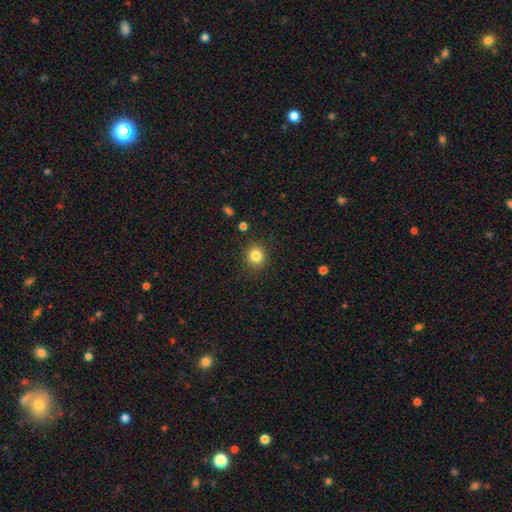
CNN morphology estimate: Smooth or featured?
  - smooth: 83% *
  - star or artifact: 11%
  - featured or disk: 5%
How rounded?
  - round: 90% *
  - in between: 9%
  - cigar-shaped: 1%
Merging?
  - none: 89% *
  - minor disturbance: 7%
  - major disturbance: 2%
  - merger: 1%